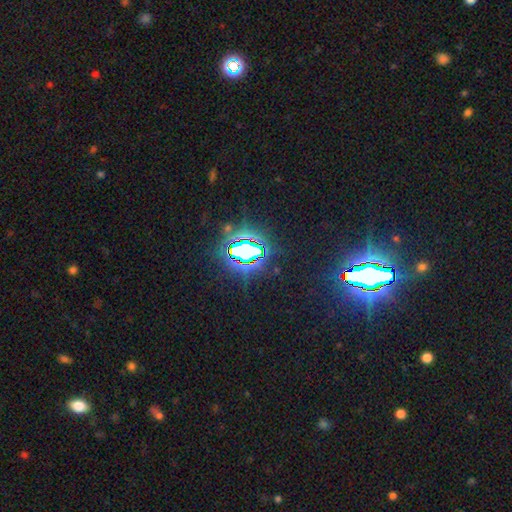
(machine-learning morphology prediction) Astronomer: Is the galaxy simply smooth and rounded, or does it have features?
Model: star or artifact — 82%.